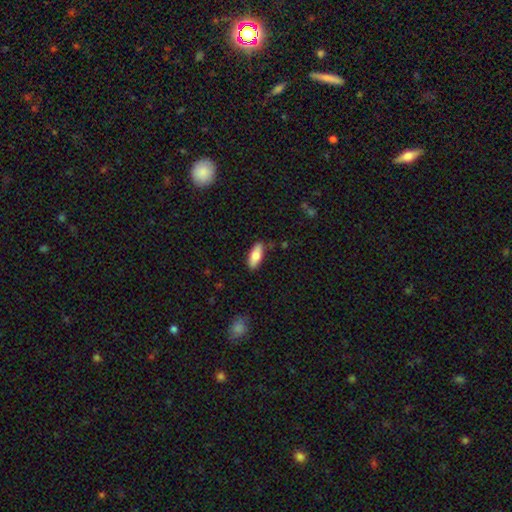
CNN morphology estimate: This appears to be a smooth galaxy with no disk features (78%) that is in between round and cigar-shaped (74%). Merging: none (84%).